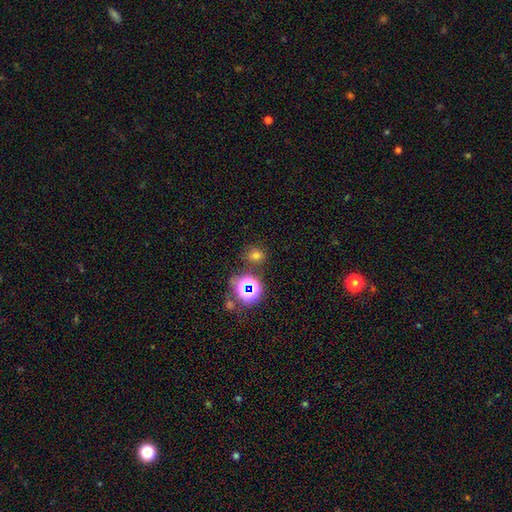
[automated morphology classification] smooth-or-featured: smooth: 62% | star or artifact: 30% | featured or disk: 8%
  how-rounded: round: 69% | in between: 30% | cigar-shaped: 1%
  merging: none: 76% | minor disturbance: 11% | merger: 8% | major disturbance: 5%